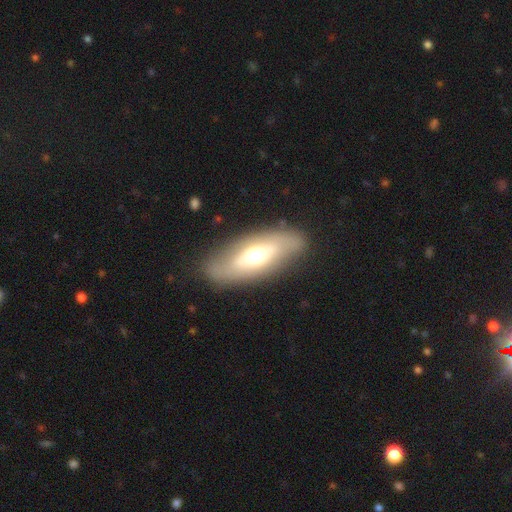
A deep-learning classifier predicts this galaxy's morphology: A featured or disk galaxy (48%).

Vote fractions:
- Smooth or featured? featured or disk: 48% / smooth: 46% / star or artifact: 6%
- Merging? none: 82% / minor disturbance: 12% / major disturbance: 4% / merger: 2%